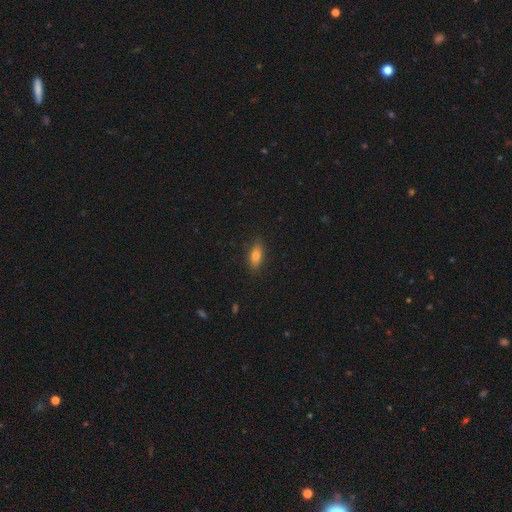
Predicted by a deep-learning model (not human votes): Overall: smooth (78%). How rounded: in between (80%). Merging: none (86%).